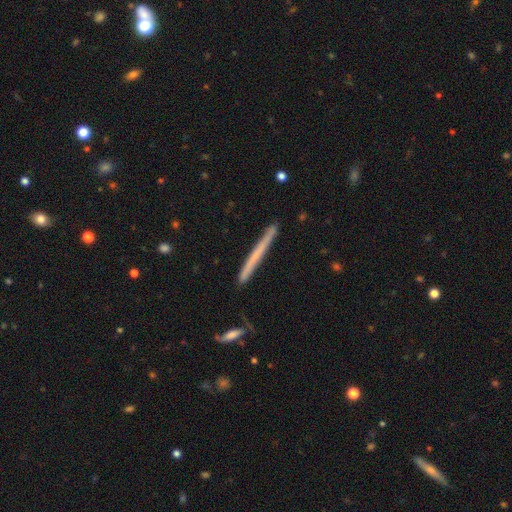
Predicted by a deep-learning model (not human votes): The model was most divided on "smooth or featured": smooth: 50%, featured or disk: 44%, star or artifact: 6%. More confident: merging — none (89%).